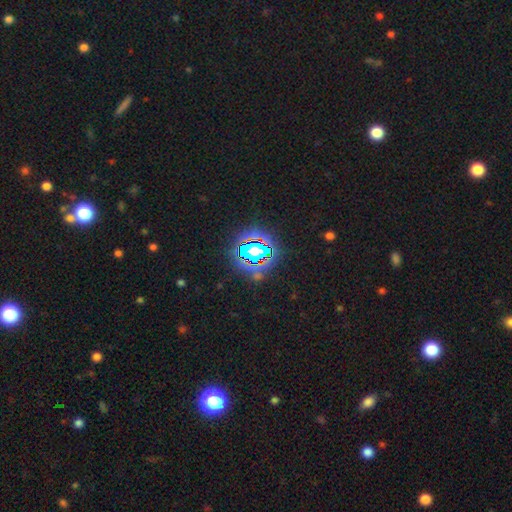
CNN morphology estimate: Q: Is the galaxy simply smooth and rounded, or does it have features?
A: star or artifact — 78%.